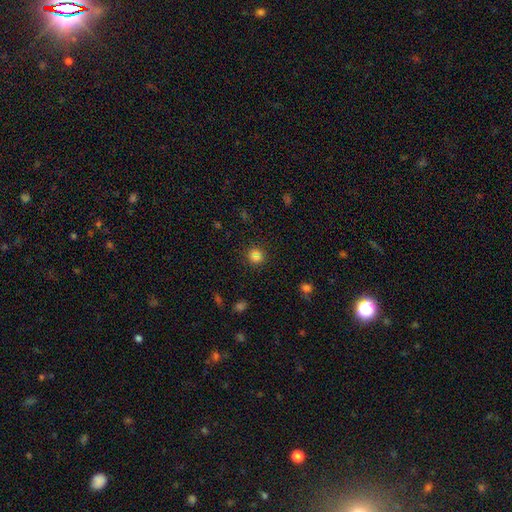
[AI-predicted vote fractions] A smooth galaxy with no disk features (72%) that is round (89%). Merging: none (71%).